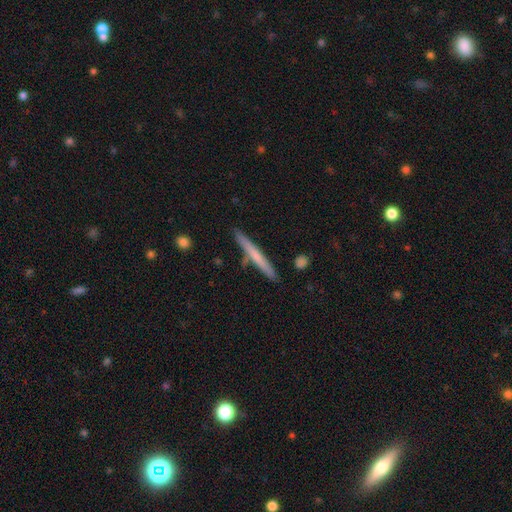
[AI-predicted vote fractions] This is possibly a smooth galaxy (55%). How rounded: clearly cigar-shaped (96%). Merging: clearly none (86%).